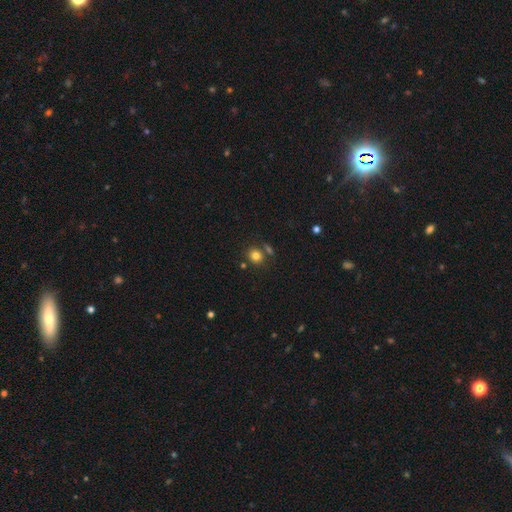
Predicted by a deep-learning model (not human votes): smooth-or-featured: smooth: 80% | star or artifact: 12% | featured or disk: 8%
  how-rounded: round: 73% | in between: 26% | cigar-shaped: 1%
  merging: none: 71% | merger: 15% | minor disturbance: 11% | major disturbance: 4%